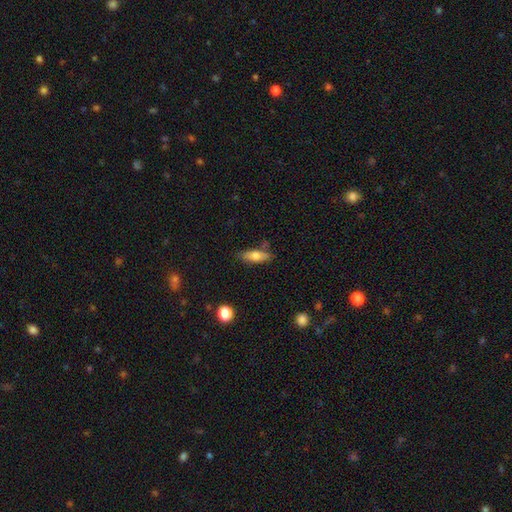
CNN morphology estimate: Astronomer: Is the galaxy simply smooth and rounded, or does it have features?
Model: smooth — 71%.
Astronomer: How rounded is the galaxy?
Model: in between — 59% (runner-up: cigar-shaped, 38%).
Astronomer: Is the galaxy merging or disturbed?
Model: none — 72%.